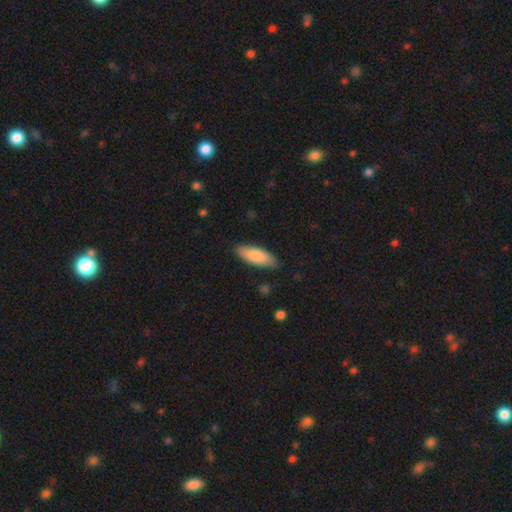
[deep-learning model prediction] A smooth galaxy with no disk features (83%) that is in between round and cigar-shaped (70%).

Vote fractions:
- Smooth or featured? smooth: 83% / featured or disk: 12% / star or artifact: 5%
- How rounded? in between: 70% / cigar-shaped: 28% / round: 2%
- Merging? none: 85% / minor disturbance: 12% / major disturbance: 2% / merger: 1%